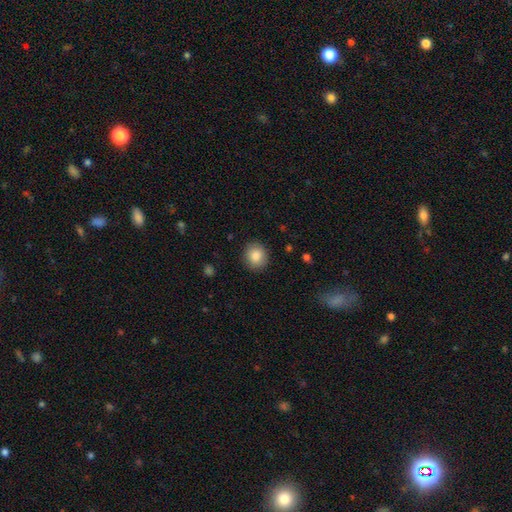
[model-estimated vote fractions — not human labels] Morphology: type=smooth (86%); roundness=round (84%); merging=none (88%).